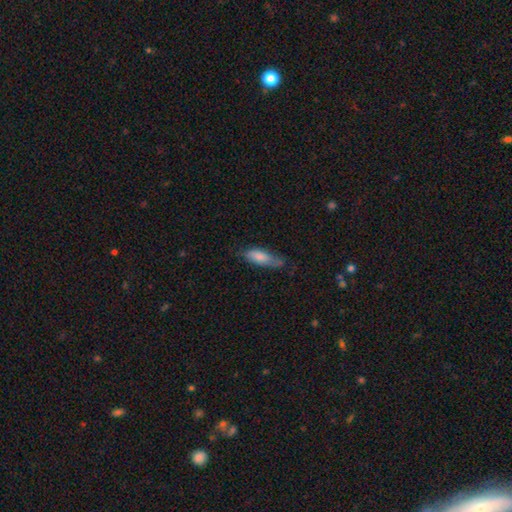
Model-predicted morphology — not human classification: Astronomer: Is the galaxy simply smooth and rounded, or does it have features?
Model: smooth — 67%.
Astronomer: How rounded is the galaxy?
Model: in between — 49% (runner-up: cigar-shaped, 48%).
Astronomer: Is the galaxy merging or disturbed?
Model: none — 63%.